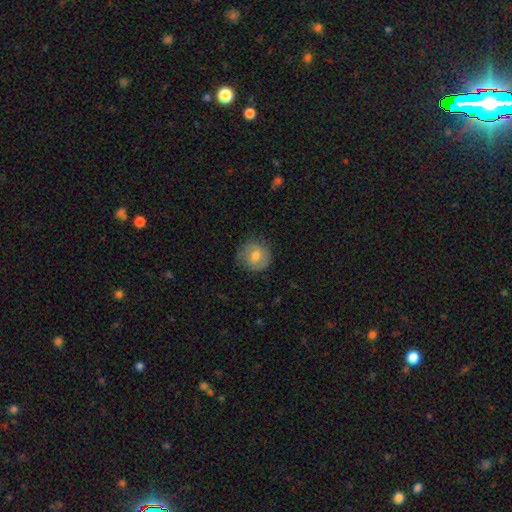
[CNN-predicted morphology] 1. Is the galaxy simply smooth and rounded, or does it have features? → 69% smooth, 22% featured or disk, 9% star or artifact.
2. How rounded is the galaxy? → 91% round, 8% in between, 1% cigar-shaped.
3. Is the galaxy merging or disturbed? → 80% none, 15% minor disturbance, 4% major disturbance, 1% merger.